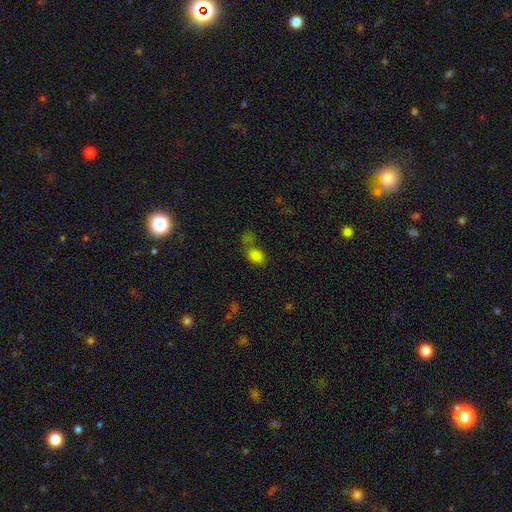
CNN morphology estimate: Smooth or featured?
  - smooth: 79% *
  - star or artifact: 15%
  - featured or disk: 6%
How rounded?
  - in between: 71% *
  - round: 28%
  - cigar-shaped: 2%
Merging?
  - none: 41% *
  - merger: 40%
  - minor disturbance: 12%
  - major disturbance: 8%